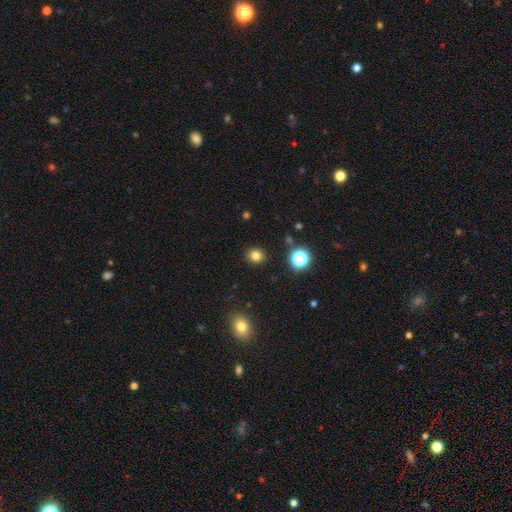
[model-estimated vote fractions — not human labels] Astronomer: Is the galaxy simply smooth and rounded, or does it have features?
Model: smooth — 80%.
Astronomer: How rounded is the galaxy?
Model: round — 83%.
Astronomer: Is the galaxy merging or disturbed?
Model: none — 91%.